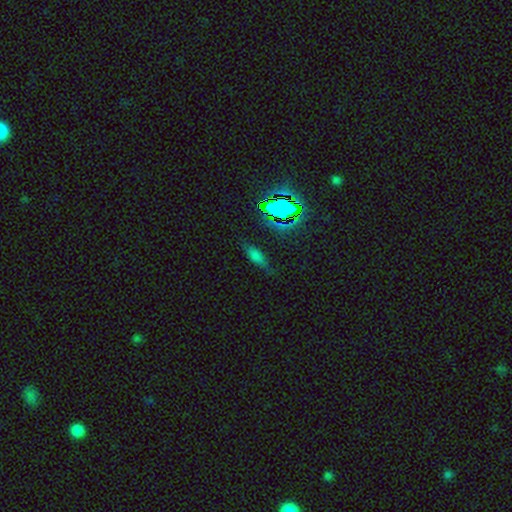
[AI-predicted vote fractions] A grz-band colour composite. It shows a smooth galaxy with no disk features (59%) that is in between round and cigar-shaped (58%). Merging: none (71%).